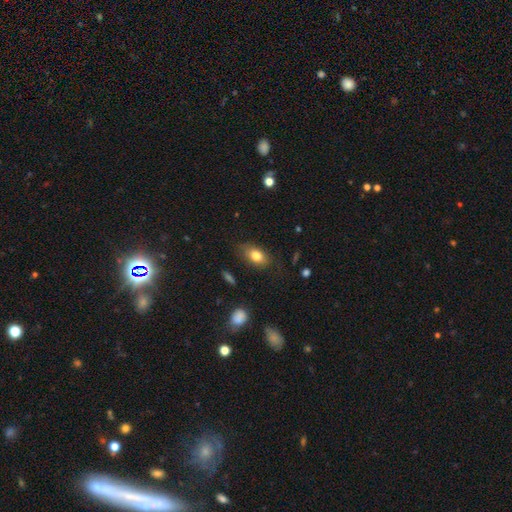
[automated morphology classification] This appears to be a smooth galaxy with no disk features (79%) that is in between round and cigar-shaped (85%). Merging: none (74%).